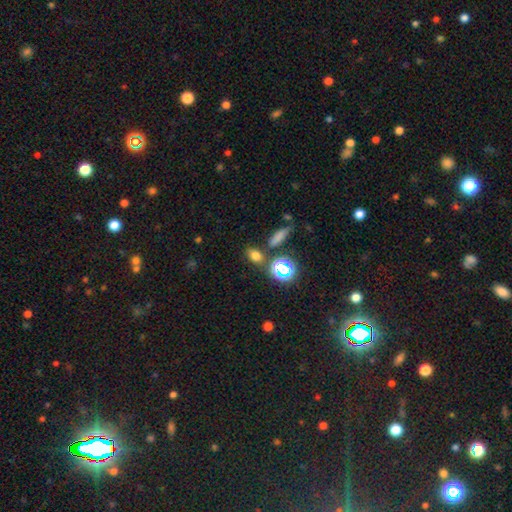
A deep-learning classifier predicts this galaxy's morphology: A smooth galaxy with no disk features (71%) that is in between round and cigar-shaped (61%). Merging: none (75%).